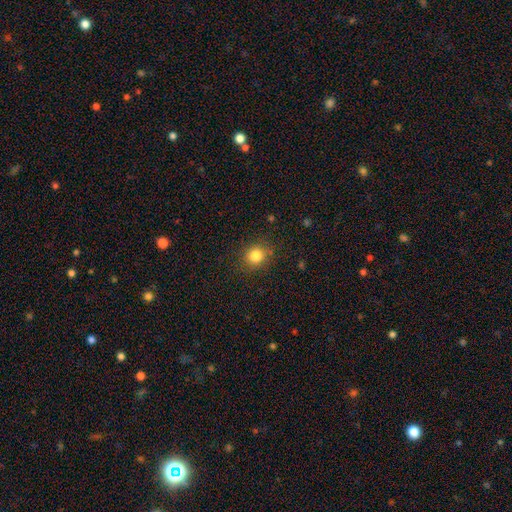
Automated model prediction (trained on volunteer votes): This appears to be a smooth galaxy with no disk features (82%) that is round (84%). Merging: none (86%).